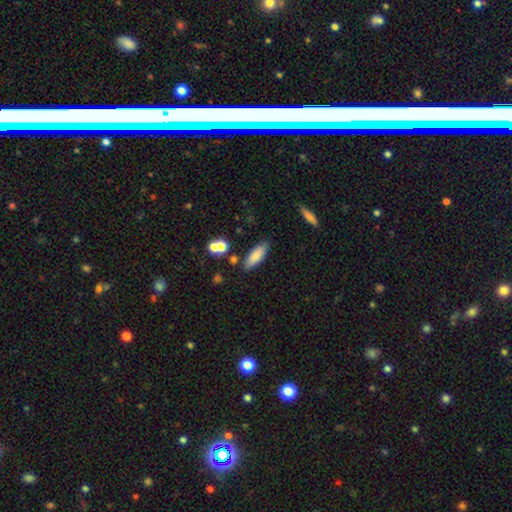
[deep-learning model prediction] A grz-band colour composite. It shows a smooth galaxy with no disk features (81%) that is in between round and cigar-shaped (60%). Merging: none (82%).